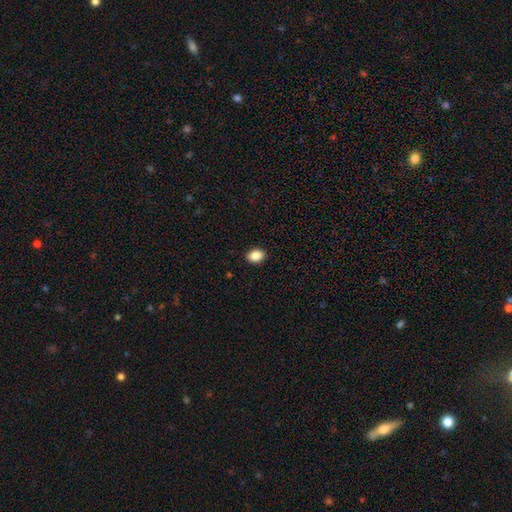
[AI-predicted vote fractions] Smooth or featured? smooth (87%)
How rounded? in between (69%)
Merging? none (91%)